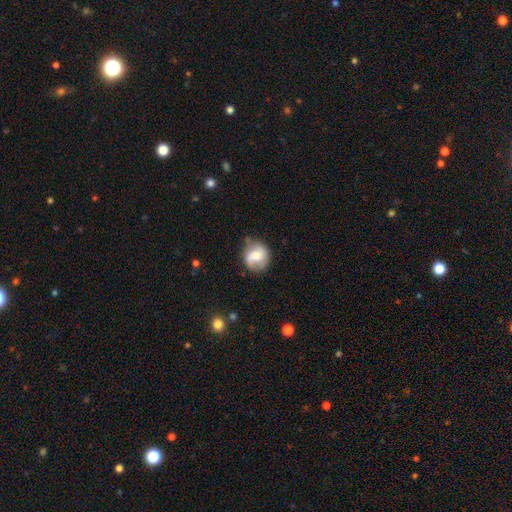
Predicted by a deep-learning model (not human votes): Smooth or featured? smooth (51%)
How rounded? round (83%)
Merging? none (64%)